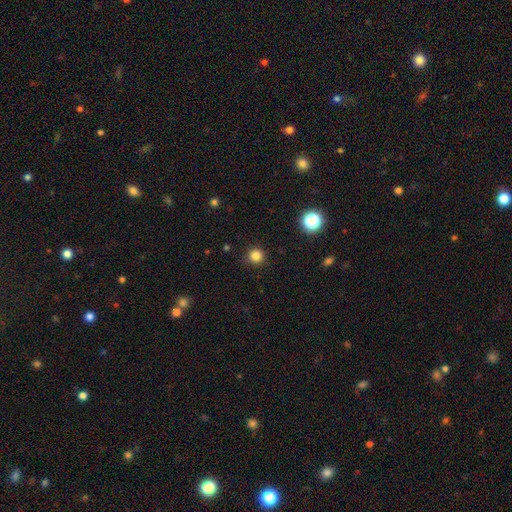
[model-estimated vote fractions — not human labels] smooth-or-featured: smooth: 82% | star or artifact: 14% | featured or disk: 4%
  how-rounded: round: 94% | in between: 5% | cigar-shaped: 1%
  merging: none: 91% | minor disturbance: 6% | major disturbance: 2% | merger: 1%